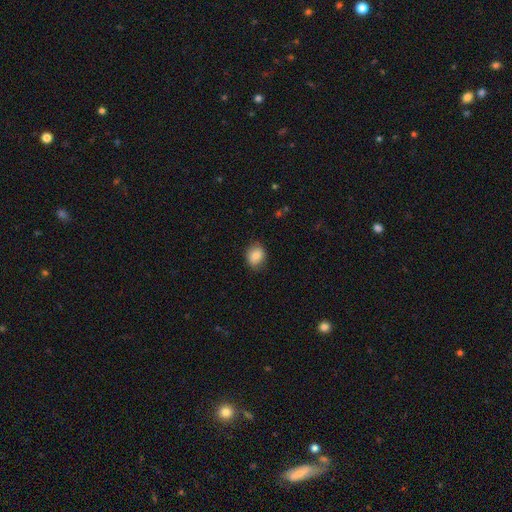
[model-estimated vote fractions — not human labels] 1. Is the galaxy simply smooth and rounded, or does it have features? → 84% smooth, 8% star or artifact, 7% featured or disk.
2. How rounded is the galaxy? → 58% round, 41% in between, 1% cigar-shaped.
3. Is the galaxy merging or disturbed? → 82% none, 14% minor disturbance, 3% major disturbance, 1% merger.